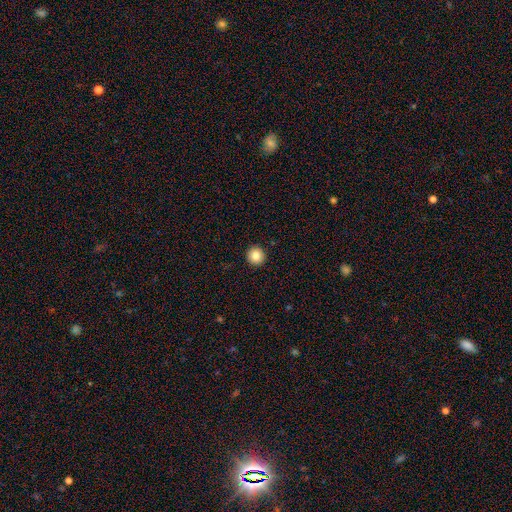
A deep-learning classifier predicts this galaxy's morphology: smooth_or_featured: smooth (p=0.84) [alt: star or artifact p=0.10]
how_rounded: round (p=0.96) [alt: in between p=0.03]
merging: none (p=0.94) [alt: minor disturbance p=0.04]